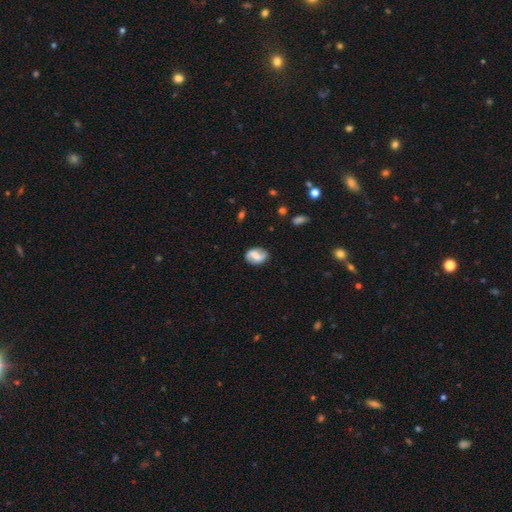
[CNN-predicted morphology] A featured or disk galaxy (57%) with a weak bar (40%), spiral arms (84%) and no central bulge (35%). Merging: none (79%).